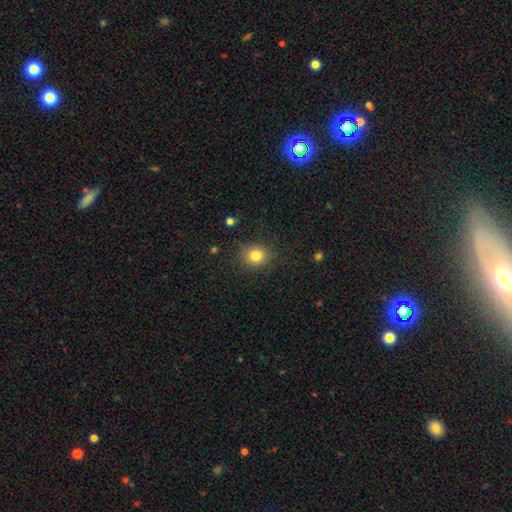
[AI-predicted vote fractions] A smooth galaxy with no disk features (81%) that is round (83%).

Vote fractions:
- Smooth or featured? smooth: 81% / star or artifact: 12% / featured or disk: 7%
- How rounded? round: 83% / in between: 16% / cigar-shaped: 1%
- Merging? none: 86% / minor disturbance: 10% / major disturbance: 3% / merger: 1%